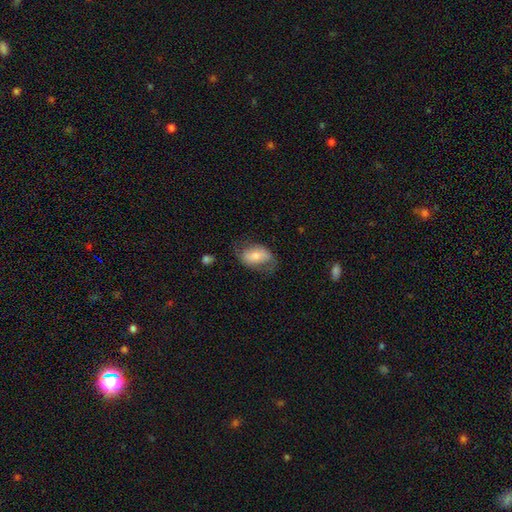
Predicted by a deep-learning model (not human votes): This appears to be a smooth galaxy with no disk features (54%) that is in between round and cigar-shaped (87%). Merging: none (55%).